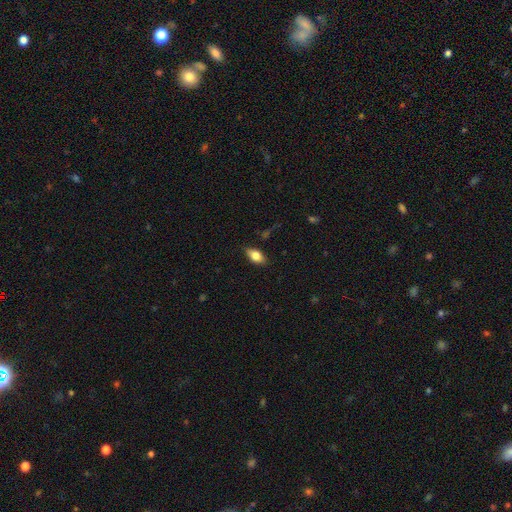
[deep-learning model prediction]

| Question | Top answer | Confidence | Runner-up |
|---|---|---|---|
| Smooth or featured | smooth | 77% | featured or disk (15%) |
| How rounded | in between | 88% | round (7%) |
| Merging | none | 82% | minor disturbance (14%) |